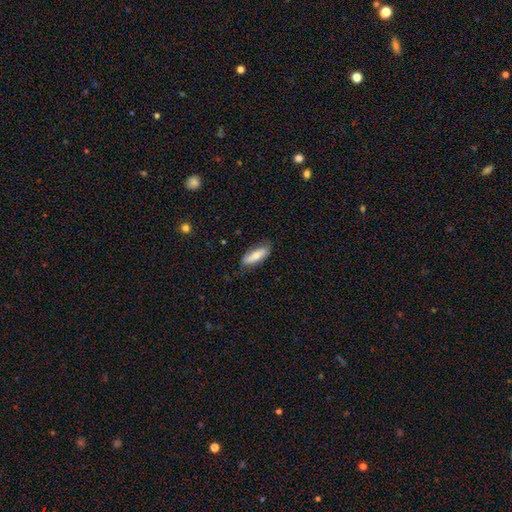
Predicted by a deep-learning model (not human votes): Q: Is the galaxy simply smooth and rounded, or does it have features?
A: smooth — 68%.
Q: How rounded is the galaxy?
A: in between — 58%.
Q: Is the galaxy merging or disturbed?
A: none — 76%.